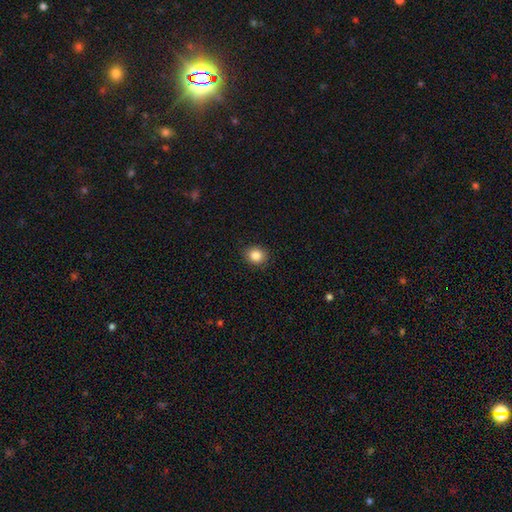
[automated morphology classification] A smooth galaxy with no disk features (85%) that is round (69%). Merging: none (89%).